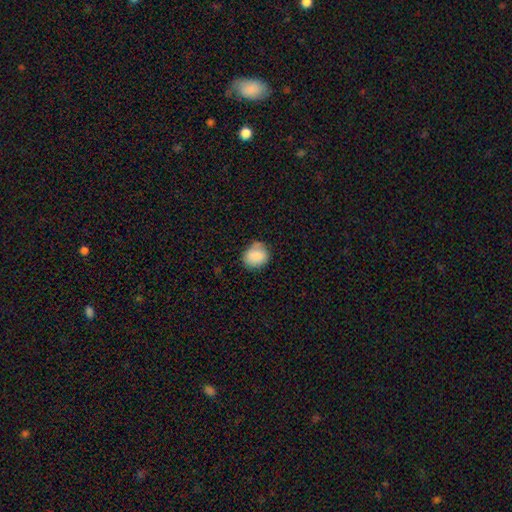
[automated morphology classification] Smooth or featured? Predicted: smooth (p=0.86). How rounded? Predicted: round (p=0.65). Merging? Predicted: none (p=0.66).